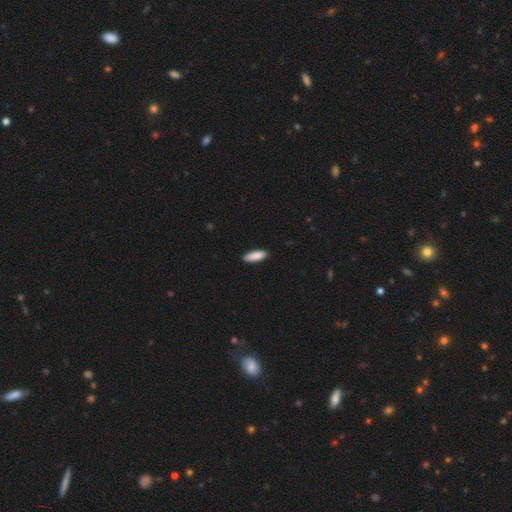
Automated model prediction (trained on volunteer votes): The model was most divided on "how rounded": in between: 65%, cigar-shaped: 33%, round: 2%. More confident: smooth or featured — smooth (89%); merging — none (88%).